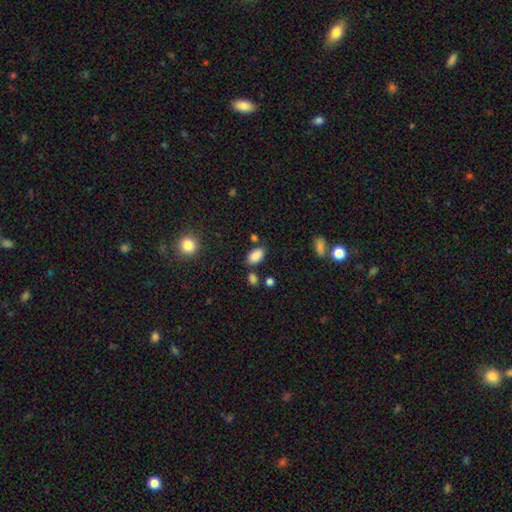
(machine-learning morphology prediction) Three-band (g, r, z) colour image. It shows a smooth galaxy with no disk features (86%) that is in between round and cigar-shaped (91%). Merging: none (75%).